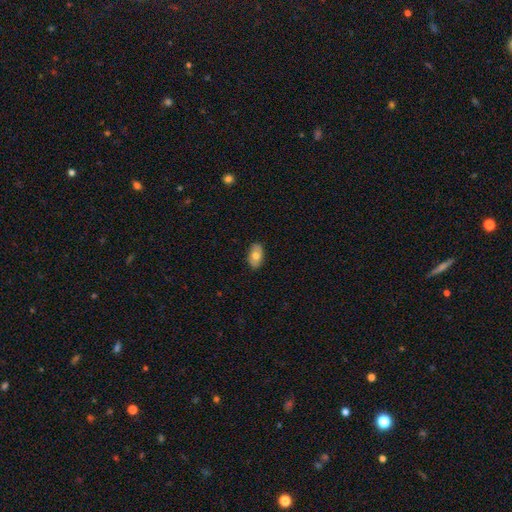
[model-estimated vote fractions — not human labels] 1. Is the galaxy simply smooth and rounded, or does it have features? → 73% smooth, 20% featured or disk, 7% star or artifact.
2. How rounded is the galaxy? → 93% in between, 5% round, 2% cigar-shaped.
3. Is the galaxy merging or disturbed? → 87% none, 10% minor disturbance, 2% major disturbance, 1% merger.